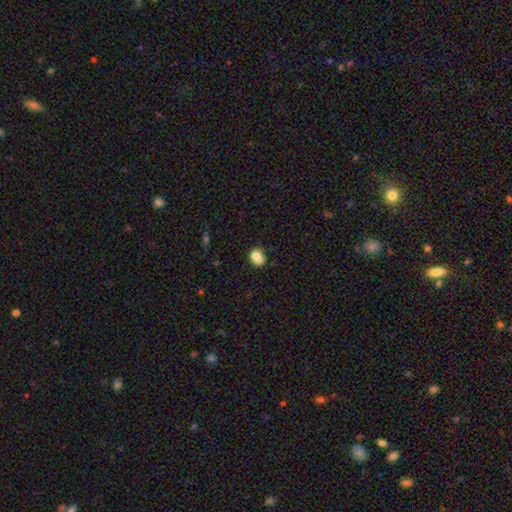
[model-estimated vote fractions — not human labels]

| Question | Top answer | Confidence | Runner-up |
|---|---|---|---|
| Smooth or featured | smooth | 75% | featured or disk (15%) |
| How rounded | in between | 55% | round (44%) |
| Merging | none | 38% | merger (32%) |